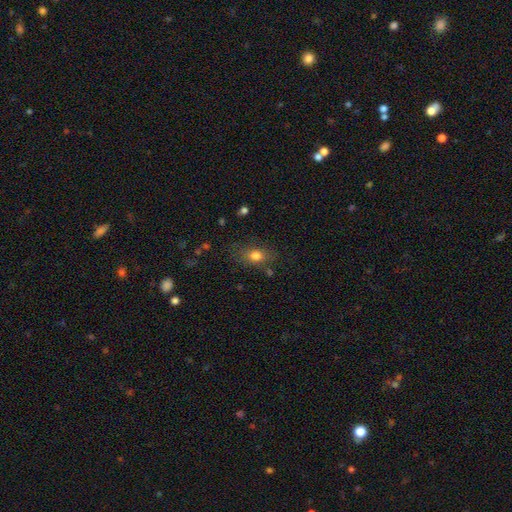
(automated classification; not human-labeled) smooth 78%, featured or disk 11%, star or artifact 11%. Down the decision tree: how rounded — in between (68%); merging — none (72%).